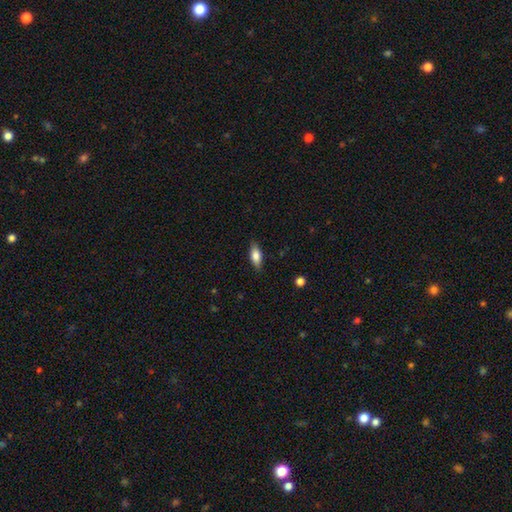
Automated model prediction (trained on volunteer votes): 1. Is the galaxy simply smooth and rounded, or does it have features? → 75% smooth, 19% featured or disk, 7% star or artifact.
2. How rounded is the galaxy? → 80% in between, 17% cigar-shaped, 3% round.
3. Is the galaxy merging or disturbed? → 85% none, 11% minor disturbance, 2% major disturbance, 1% merger.